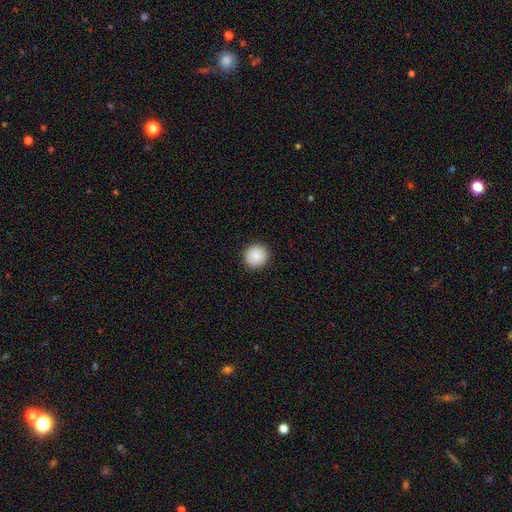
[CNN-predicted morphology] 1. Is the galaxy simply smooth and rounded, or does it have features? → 90% smooth, 8% star or artifact, 3% featured or disk.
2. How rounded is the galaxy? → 91% round, 8% in between, 1% cigar-shaped.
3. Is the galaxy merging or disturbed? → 93% none, 5% minor disturbance, 2% major disturbance, 1% merger.